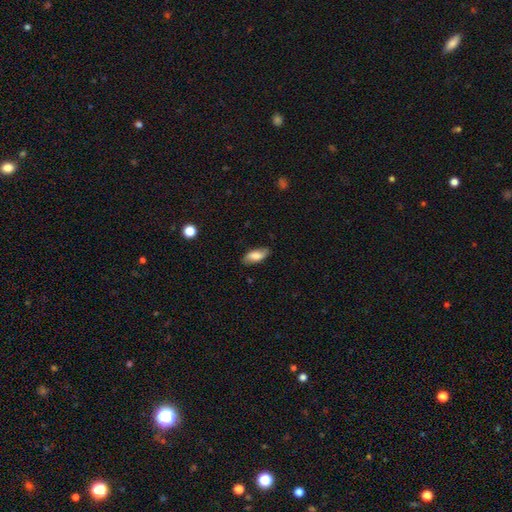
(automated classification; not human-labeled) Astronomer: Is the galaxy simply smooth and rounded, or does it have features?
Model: smooth — 71%.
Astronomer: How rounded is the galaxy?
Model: in between — 83%.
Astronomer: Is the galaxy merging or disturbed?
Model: none — 80%.